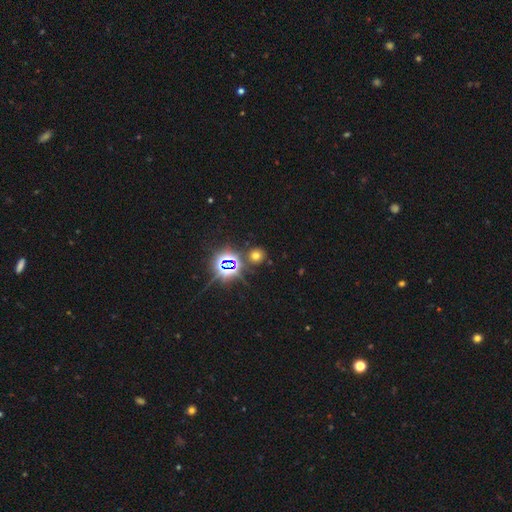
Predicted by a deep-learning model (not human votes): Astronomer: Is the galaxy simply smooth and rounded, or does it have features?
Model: smooth — 55% (runner-up: star or artifact, 37%).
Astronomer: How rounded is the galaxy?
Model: round — 87%.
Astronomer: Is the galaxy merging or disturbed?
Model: none — 83%.